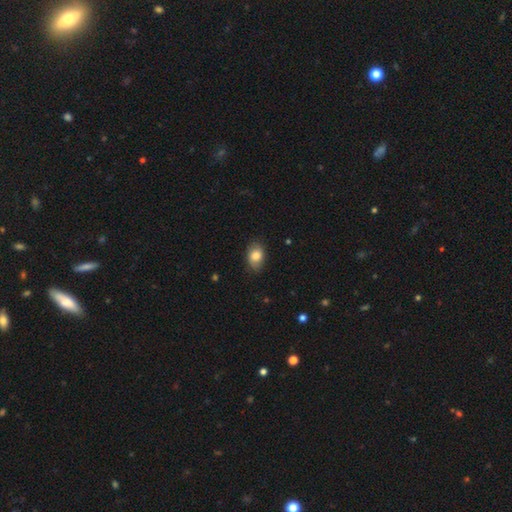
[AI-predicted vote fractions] Smooth or featured? Predicted: smooth (p=0.83). How rounded? Predicted: in between (p=0.79). Merging? Predicted: none (p=0.81).